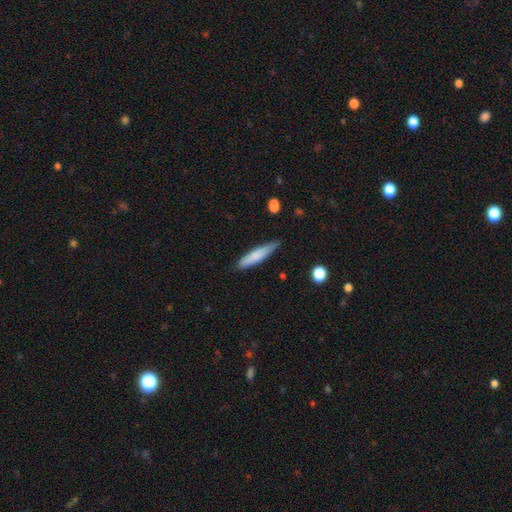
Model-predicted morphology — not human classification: Q: Smooth or featured?
A: smooth (75%); runner-up: featured or disk (19%)
Q: How rounded?
A: cigar-shaped (85%); runner-up: in between (14%)
Q: Merging?
A: none (79%); runner-up: minor disturbance (17%)